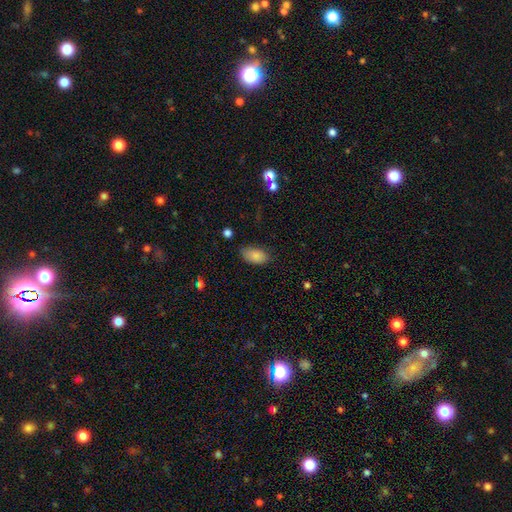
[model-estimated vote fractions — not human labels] smooth-or-featured: smooth: 85% | star or artifact: 8% | featured or disk: 7%
  how-rounded: in between: 93% | round: 5% | cigar-shaped: 2%
  merging: none: 74% | minor disturbance: 21% | major disturbance: 4% | merger: 2%